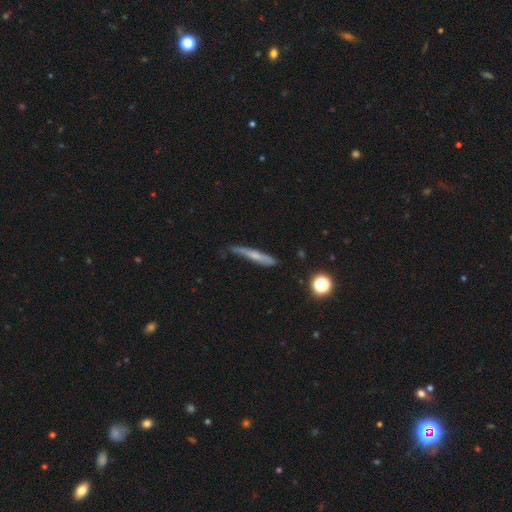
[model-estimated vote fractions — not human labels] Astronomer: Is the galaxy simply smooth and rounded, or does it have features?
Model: smooth — 49% (runner-up: featured or disk, 42%).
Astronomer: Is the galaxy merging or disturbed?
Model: none — 62%.